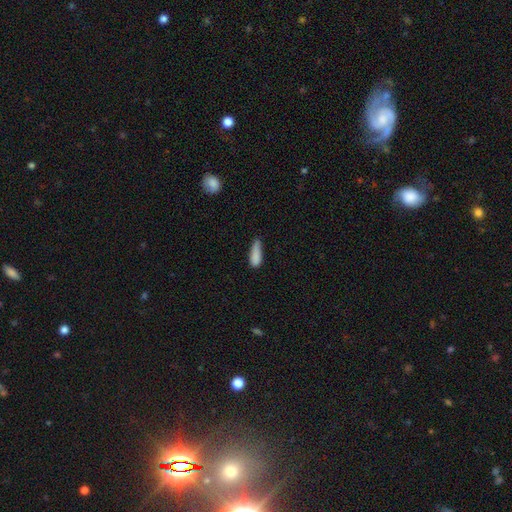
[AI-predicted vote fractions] This is clearly a smooth galaxy (84%). How rounded: possibly in between (51%). Merging: marginally none (43%).